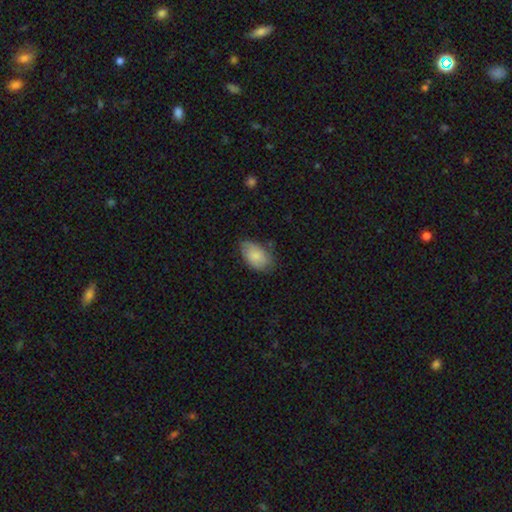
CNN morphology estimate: This is clearly a smooth galaxy (81%). How rounded: clearly in between (91%). Merging: likely none (60%).